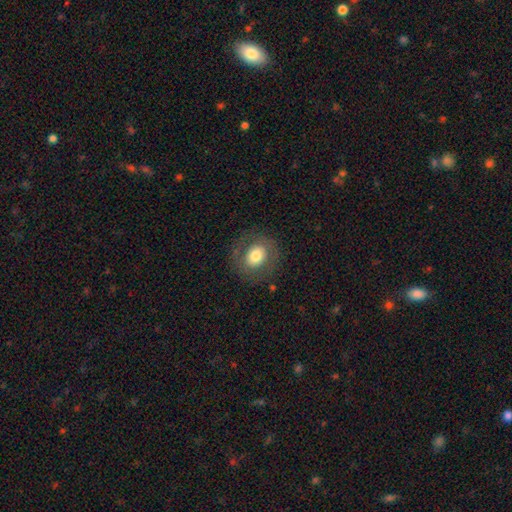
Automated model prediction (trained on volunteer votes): Smooth or featured? Predicted: smooth (p=0.68). How rounded? Predicted: round (p=0.70). Merging? Predicted: none (p=0.80).